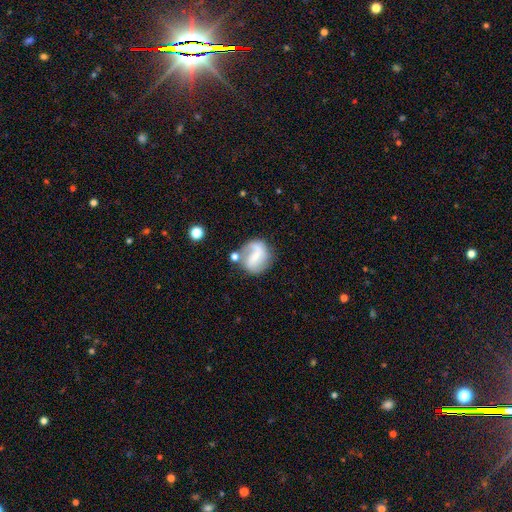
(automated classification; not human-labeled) Smooth or featured? featured or disk (65%)
Edge-on disk? no (97%)
Bar? weak (44%)
Spiral arms? yes (84%)
Spiral winding? loose (49%)
Spiral arm count? 2 (72%)
Bulge size? small (58%)
Merging? none (58%)